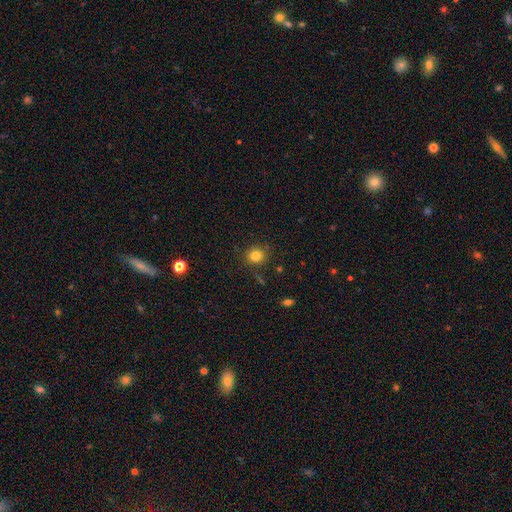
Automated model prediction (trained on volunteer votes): Overall: smooth (81%). How rounded: round (89%). Merging: none (87%).